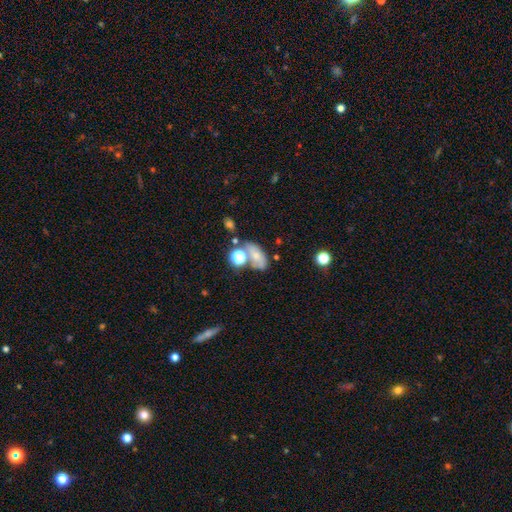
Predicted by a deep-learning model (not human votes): Morphology: type=smooth (58%); roundness=in between (78%); merging=none (41%).